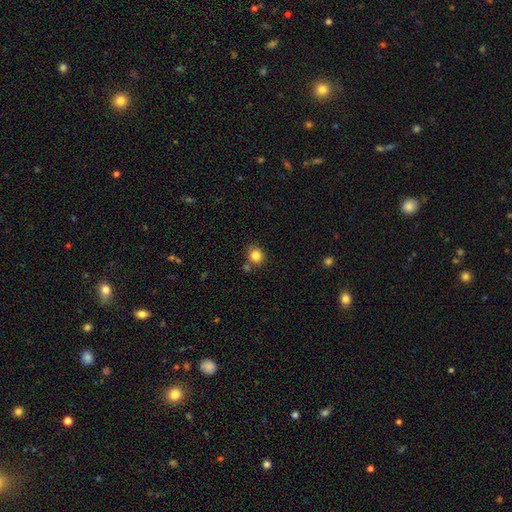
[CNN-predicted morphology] Smooth or featured? smooth (84%)
How rounded? round (83%)
Merging? none (75%)